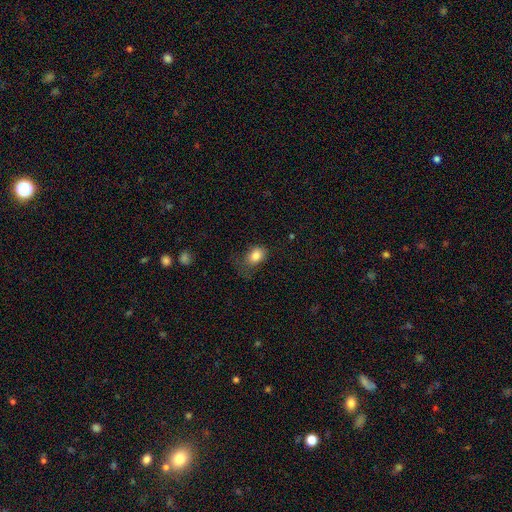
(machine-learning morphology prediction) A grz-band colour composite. It shows a smooth galaxy with no disk features (83%) that is in between round and cigar-shaped (69%). Merging: none (50%).